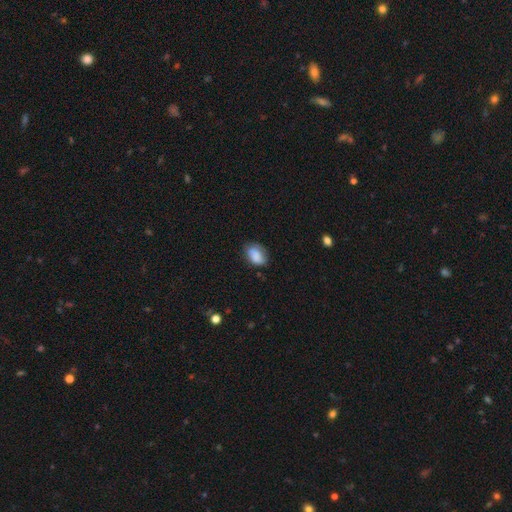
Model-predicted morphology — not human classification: smooth 80%, featured or disk 11%, star or artifact 8%. Down the decision tree: how rounded — in between (81%); merging — none (62%).